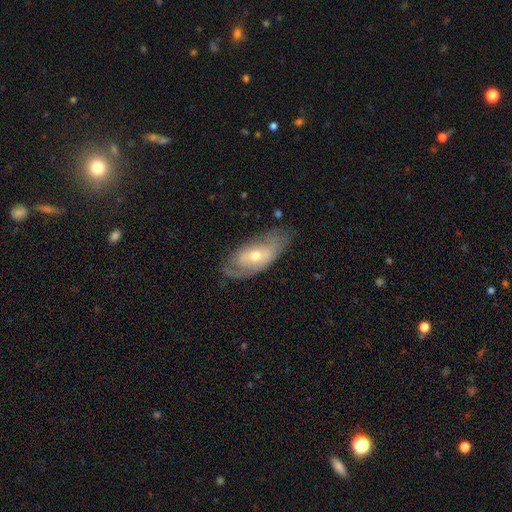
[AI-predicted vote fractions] Morphology: type=featured or disk (59%); edge-on=no (84%); merging=none (61%).